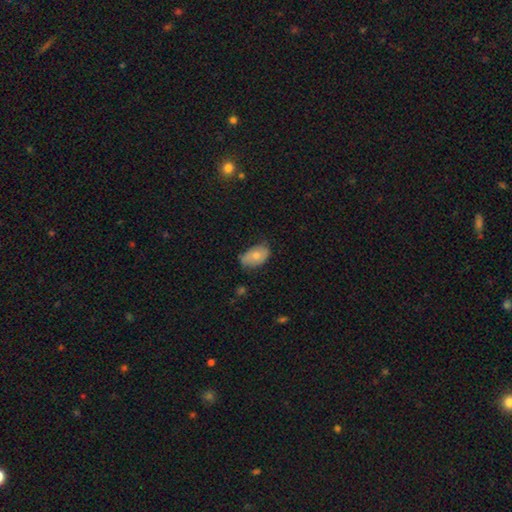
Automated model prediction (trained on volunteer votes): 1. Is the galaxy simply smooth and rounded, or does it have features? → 67% smooth, 26% featured or disk, 7% star or artifact.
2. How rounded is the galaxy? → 89% in between, 9% round, 1% cigar-shaped.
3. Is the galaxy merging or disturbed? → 60% none, 32% minor disturbance, 6% major disturbance, 2% merger.